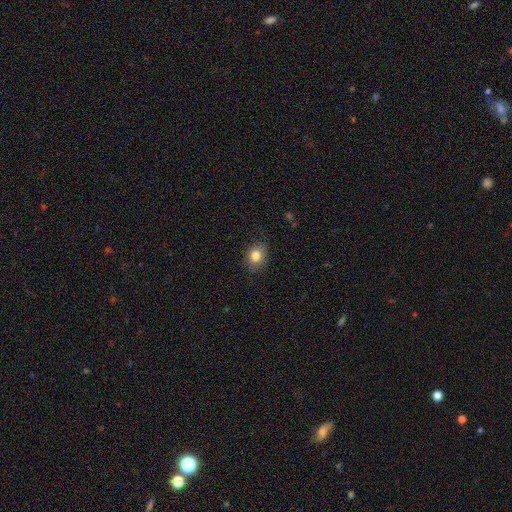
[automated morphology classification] smooth 82%, star or artifact 9%, featured or disk 9%. Down the decision tree: how rounded — in between (59%); merging — none (80%).